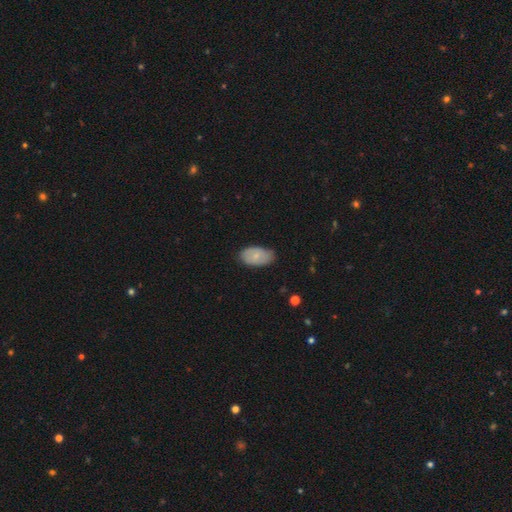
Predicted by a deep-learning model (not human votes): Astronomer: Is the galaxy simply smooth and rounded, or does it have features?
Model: smooth — 74%.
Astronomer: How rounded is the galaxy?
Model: in between — 94%.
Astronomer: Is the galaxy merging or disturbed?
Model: none — 79%.